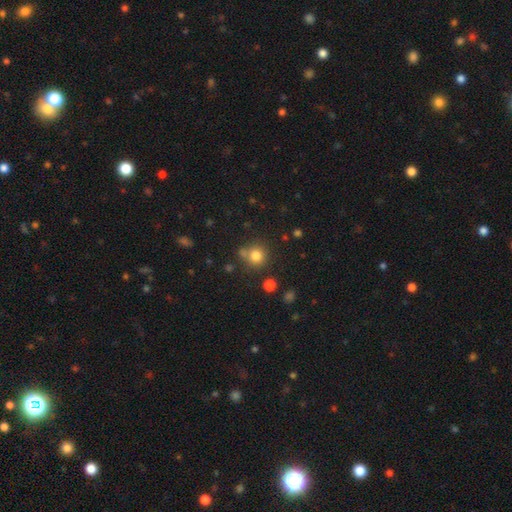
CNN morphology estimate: This appears to be a smooth galaxy with no disk features (79%) that is round (90%). Merging: none (70%).